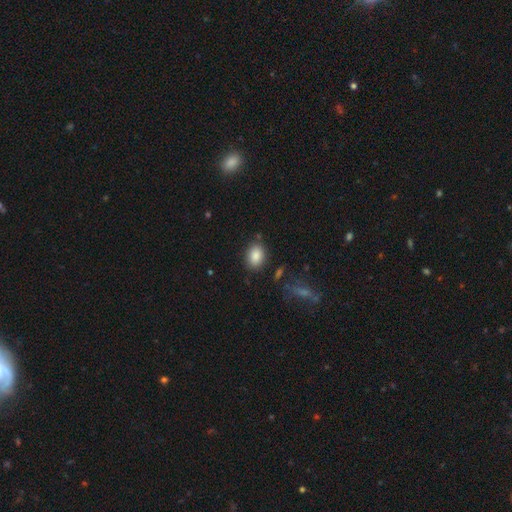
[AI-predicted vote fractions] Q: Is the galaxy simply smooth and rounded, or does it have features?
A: smooth — 87%.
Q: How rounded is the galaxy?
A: in between — 73%.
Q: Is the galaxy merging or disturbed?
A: none — 83%.